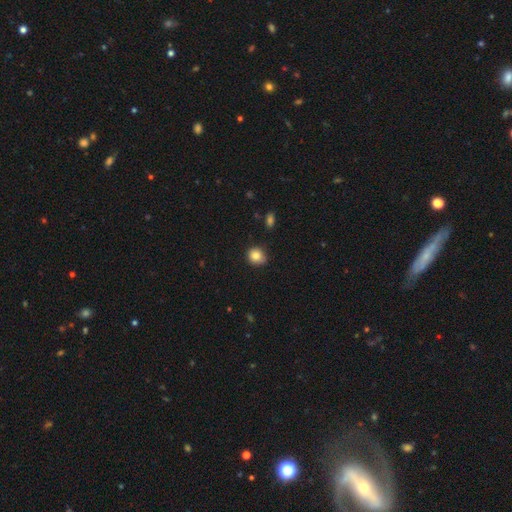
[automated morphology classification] type=smooth (83%); roundness=round (81%); merging=none (75%).